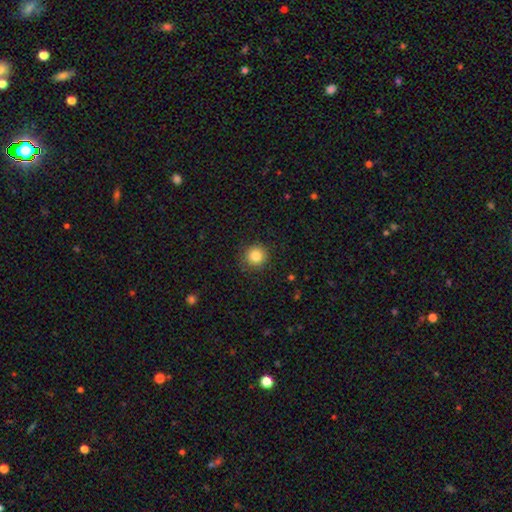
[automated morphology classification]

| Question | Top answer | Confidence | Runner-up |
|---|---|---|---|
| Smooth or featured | smooth | 83% | star or artifact (11%) |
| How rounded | round | 94% | in between (5%) |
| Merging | none | 89% | minor disturbance (7%) |